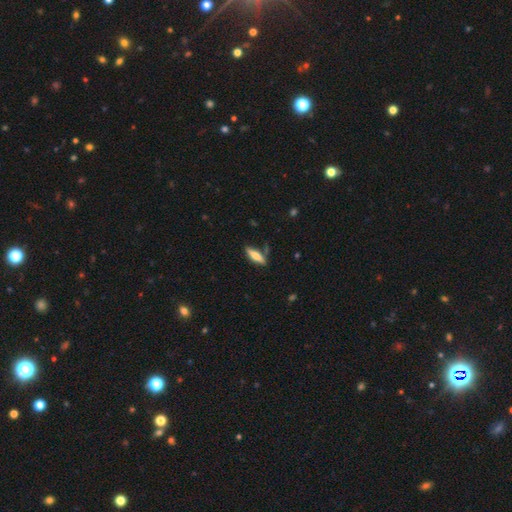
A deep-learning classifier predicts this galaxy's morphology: Q: Smooth or featured?
A: smooth (63%); runner-up: featured or disk (30%)
Q: How rounded?
A: cigar-shaped (63%); runner-up: in between (35%)
Q: Merging?
A: none (77%); runner-up: minor disturbance (14%)